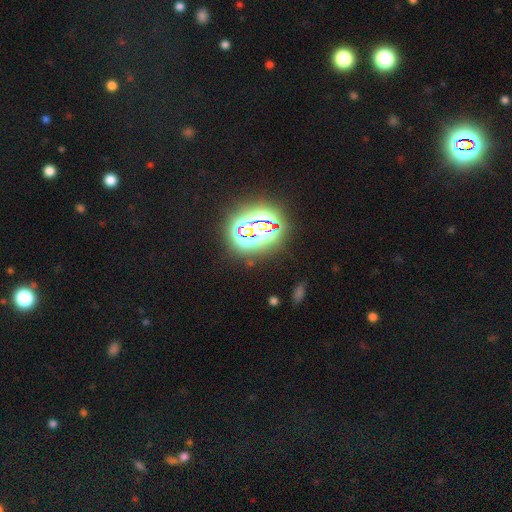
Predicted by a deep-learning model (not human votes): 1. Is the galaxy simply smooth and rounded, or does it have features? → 72% star or artifact, 20% smooth, 8% featured or disk.